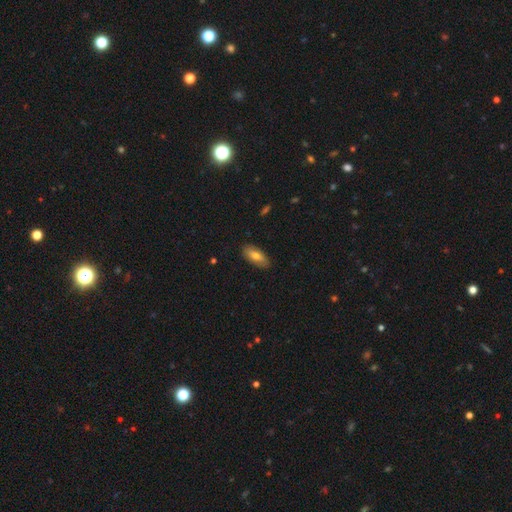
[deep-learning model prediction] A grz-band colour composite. It shows a smooth galaxy with no disk features (70%) that is in between round and cigar-shaped (82%). Merging: none (86%).